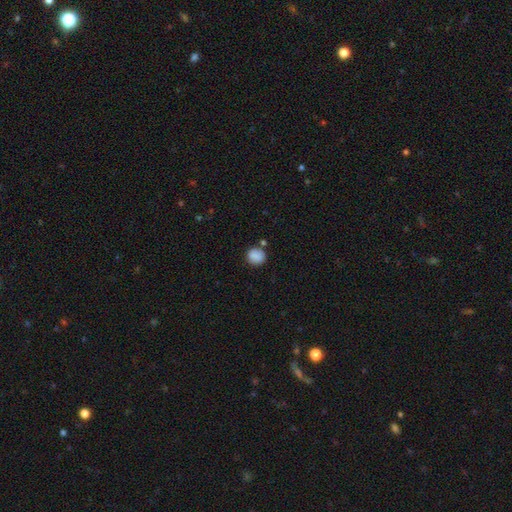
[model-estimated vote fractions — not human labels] Morphology: type=smooth (86%); roundness=round (81%); merging=none (75%).